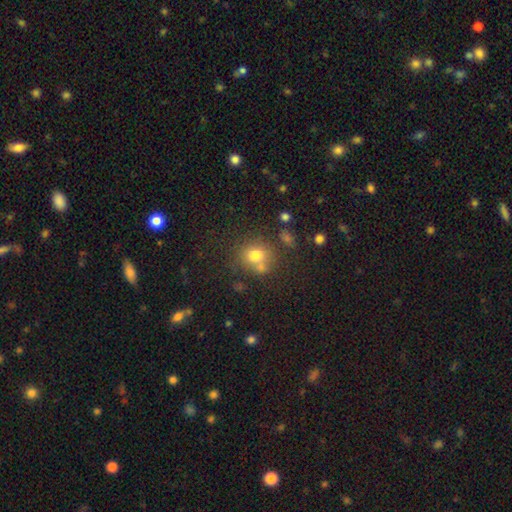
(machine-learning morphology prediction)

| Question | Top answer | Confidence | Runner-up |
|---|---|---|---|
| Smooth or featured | smooth | 74% | star or artifact (14%) |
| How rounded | round | 79% | in between (20%) |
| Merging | none | 60% | merger (21%) |